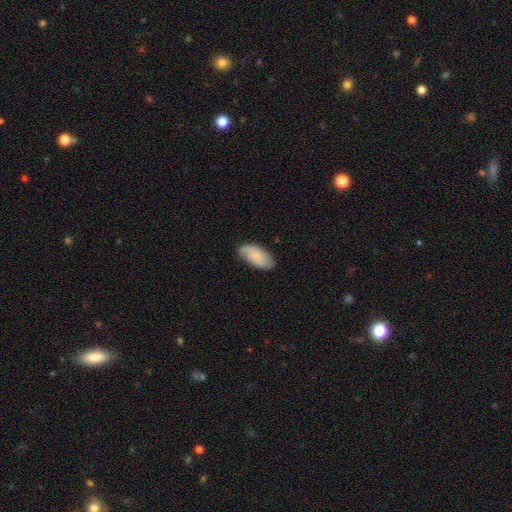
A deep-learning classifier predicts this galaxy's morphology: Smooth or featured? smooth (69%)
How rounded? in between (93%)
Merging? none (67%)